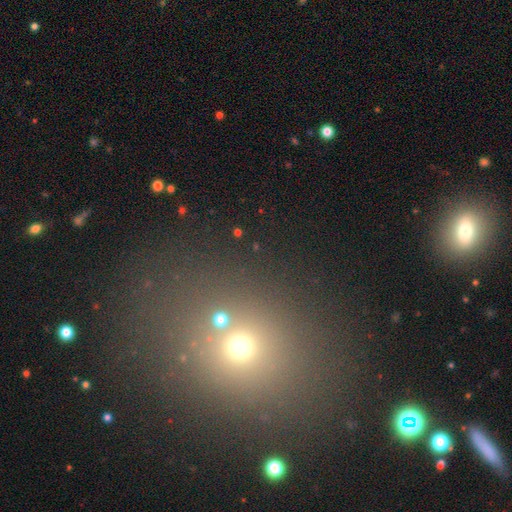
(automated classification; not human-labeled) smooth_or_featured: smooth (p=0.46) [alt: star or artifact p=0.42]
merging: none (p=0.77) [alt: merger p=0.09]